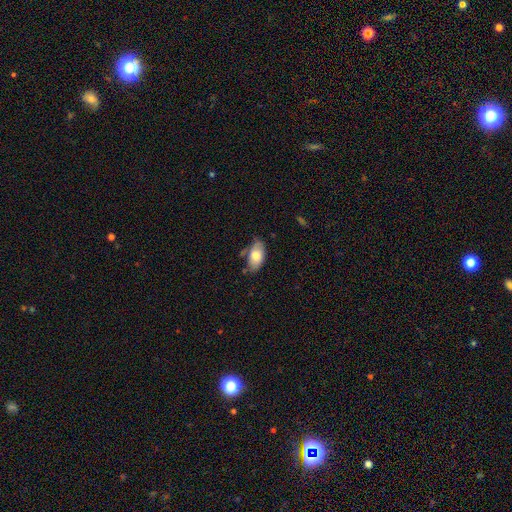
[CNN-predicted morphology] Smooth or featured? smooth (76%)
How rounded? in between (93%)
Merging? none (59%)